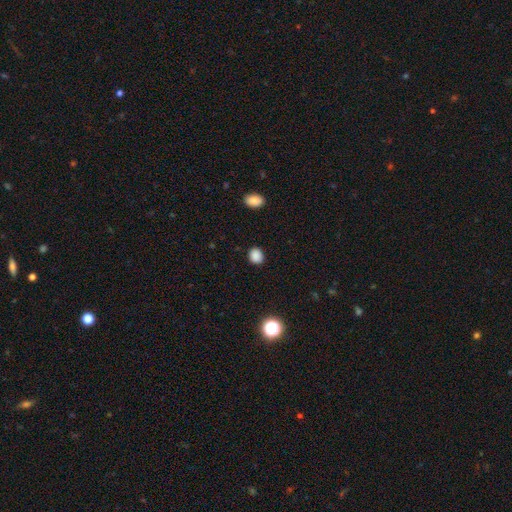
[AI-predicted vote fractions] Smooth or featured: smooth — 87% (star or artifact — 10%)
How rounded: round — 62% (in between — 37%)
Merging: none — 89% (minor disturbance — 8%)